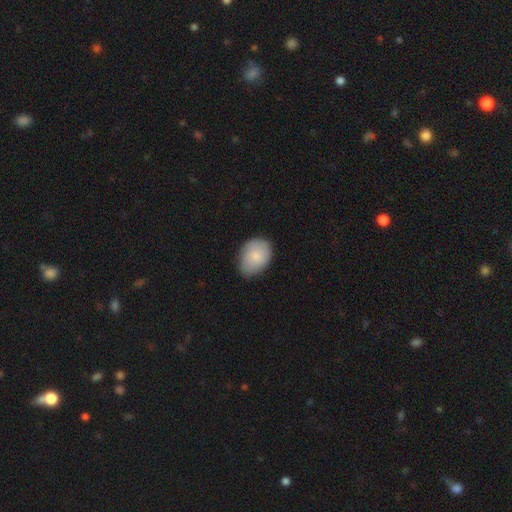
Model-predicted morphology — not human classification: This appears to be a smooth galaxy with no disk features (79%) that is in between round and cigar-shaped (77%). Merging: none (71%).